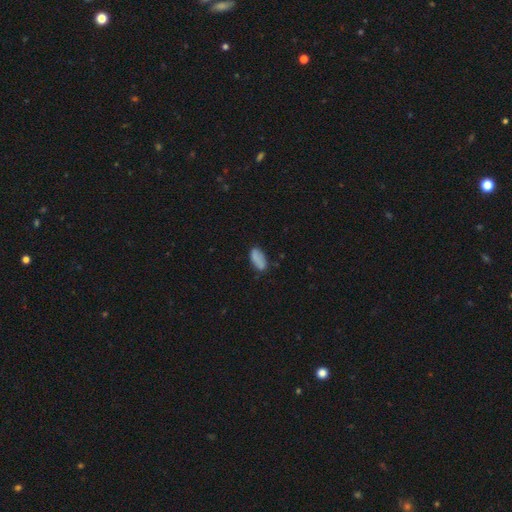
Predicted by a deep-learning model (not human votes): Q: Smooth or featured?
A: smooth (81%); runner-up: star or artifact (9%)
Q: How rounded?
A: in between (88%); runner-up: cigar-shaped (9%)
Q: Merging?
A: none (74%); runner-up: minor disturbance (18%)